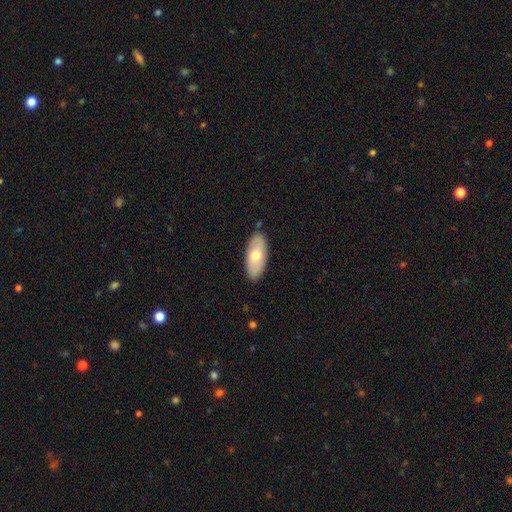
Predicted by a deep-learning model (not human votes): Smooth or featured? smooth (65%)
How rounded? in between (90%)
Merging? none (86%)